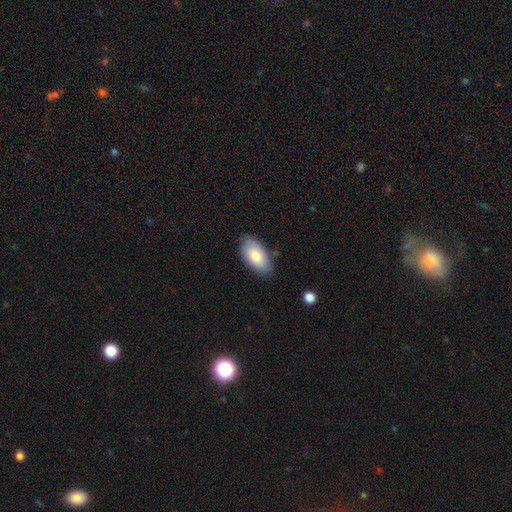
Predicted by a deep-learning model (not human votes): Smooth or featured? Predicted: smooth (p=0.81). How rounded? Predicted: in between (p=0.94). Merging? Predicted: none (p=0.79).